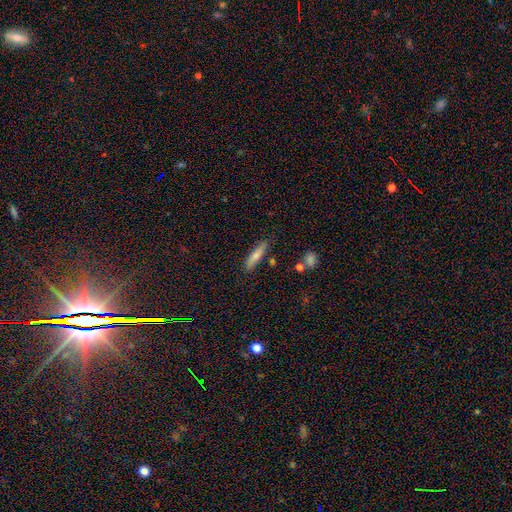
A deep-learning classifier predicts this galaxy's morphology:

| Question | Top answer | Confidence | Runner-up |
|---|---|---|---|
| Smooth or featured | smooth | 72% | featured or disk (21%) |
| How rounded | cigar-shaped | 79% | in between (19%) |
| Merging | none | 82% | minor disturbance (12%) |